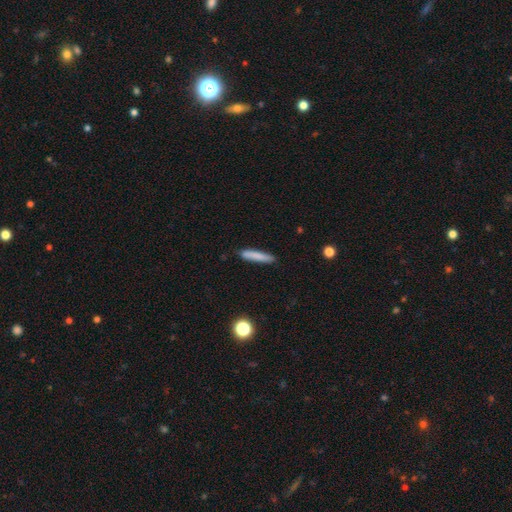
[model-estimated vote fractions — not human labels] A smooth galaxy with no disk features (82%) that is cigar-shaped (89%).

Vote fractions:
- Smooth or featured? smooth: 82% / featured or disk: 11% / star or artifact: 7%
- How rounded? cigar-shaped: 89% / in between: 9% / round: 1%
- Merging? none: 86% / minor disturbance: 10% / major disturbance: 2% / merger: 2%